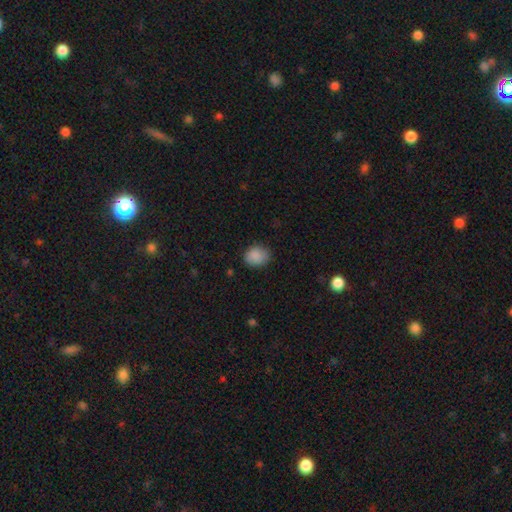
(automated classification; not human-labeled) Q: Smooth or featured?
A: smooth (87%); runner-up: star or artifact (8%)
Q: How rounded?
A: round (57%); runner-up: in between (42%)
Q: Merging?
A: none (80%); runner-up: minor disturbance (16%)